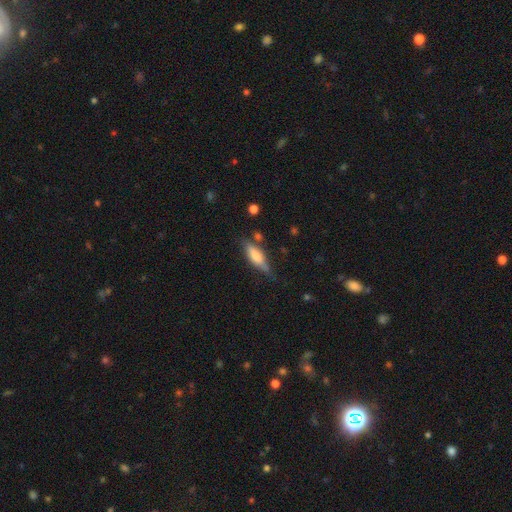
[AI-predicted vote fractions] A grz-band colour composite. It shows a smooth galaxy with no disk features (55%) that is cigar-shaped (52%). Merging: none (68%).